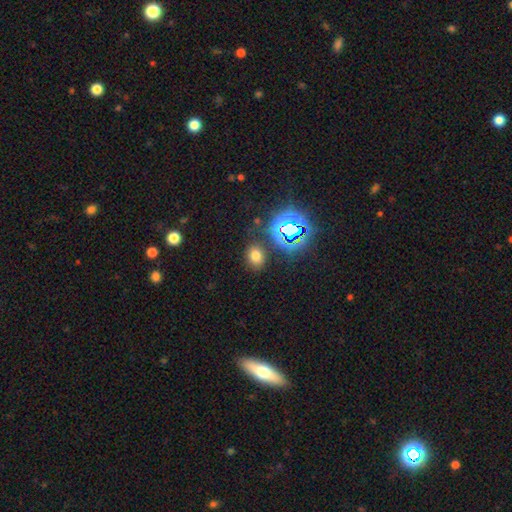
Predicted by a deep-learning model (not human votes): Smooth or featured? smooth (66%)
How rounded? in between (55%)
Merging? none (83%)